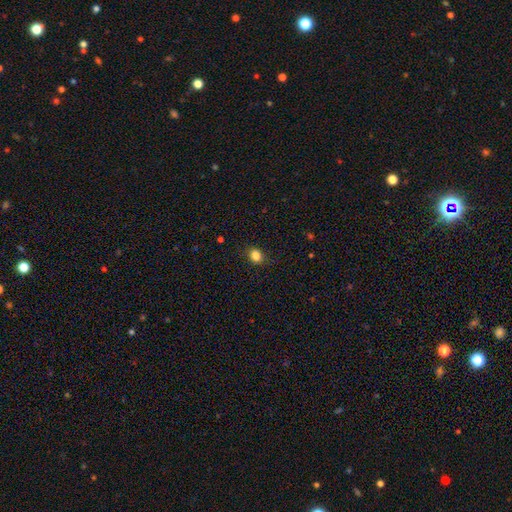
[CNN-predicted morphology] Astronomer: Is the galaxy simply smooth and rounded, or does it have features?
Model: smooth — 83%.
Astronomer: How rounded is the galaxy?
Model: round — 55% (runner-up: in between, 44%).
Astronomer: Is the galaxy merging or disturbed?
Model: none — 84%.